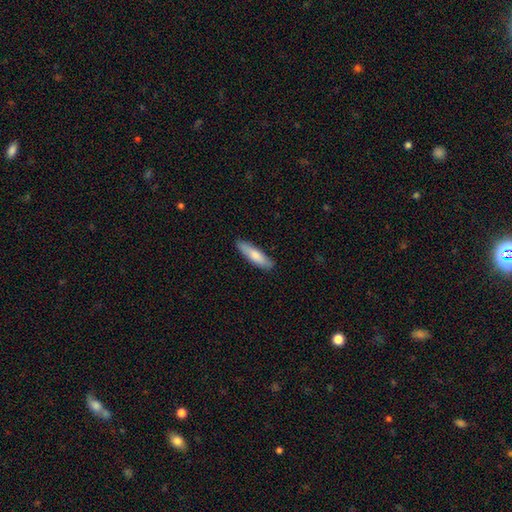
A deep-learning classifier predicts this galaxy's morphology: smooth-or-featured: smooth: 77% | featured or disk: 18% | star or artifact: 5%
  how-rounded: cigar-shaped: 70% | in between: 29% | round: 1%
  merging: none: 86% | minor disturbance: 11% | major disturbance: 2% | merger: 1%